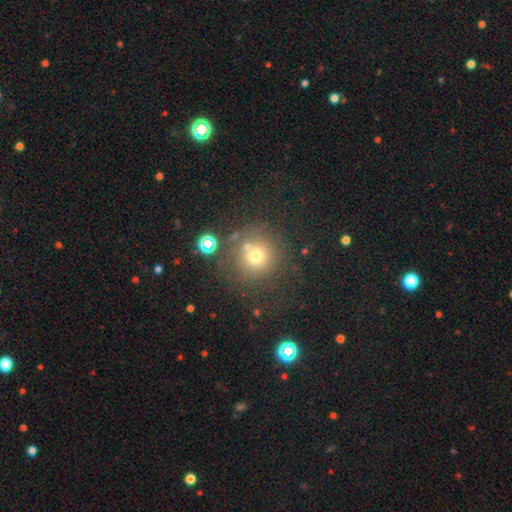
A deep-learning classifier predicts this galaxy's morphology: A smooth galaxy with no disk features (69%) that is round (92%).

Vote fractions:
- Smooth or featured? smooth: 69% / star or artifact: 19% / featured or disk: 13%
- How rounded? round: 92% / in between: 7% / cigar-shaped: 1%
- Merging? none: 69% / merger: 13% / minor disturbance: 11% / major disturbance: 7%